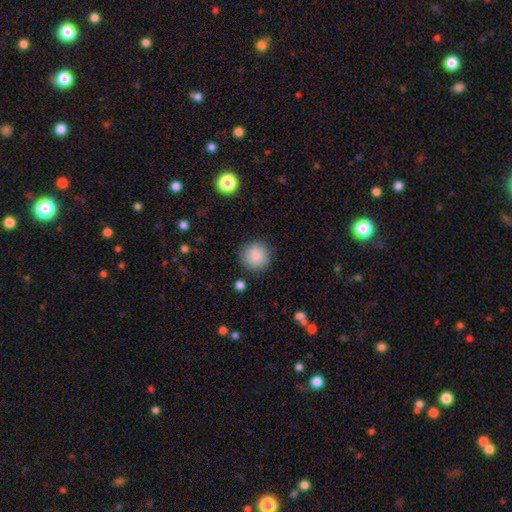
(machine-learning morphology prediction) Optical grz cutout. It shows a smooth galaxy with no disk features (88%) that is round (93%). Merging: none (87%).